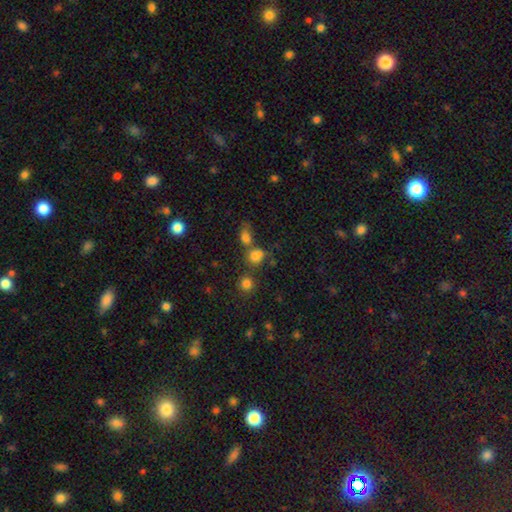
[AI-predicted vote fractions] smooth_or_featured: smooth (p=0.76) [alt: star or artifact p=0.16]
how_rounded: round (p=0.57) [alt: in between p=0.41]
merging: none (p=0.48) [alt: merger p=0.33]